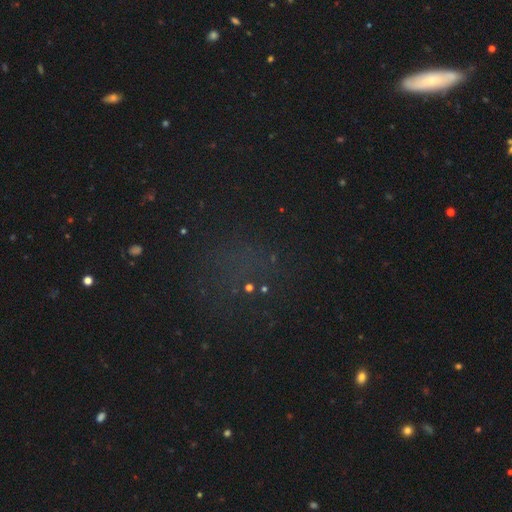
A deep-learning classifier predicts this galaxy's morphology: Smooth or featured: star or artifact — 59% (smooth — 27%)